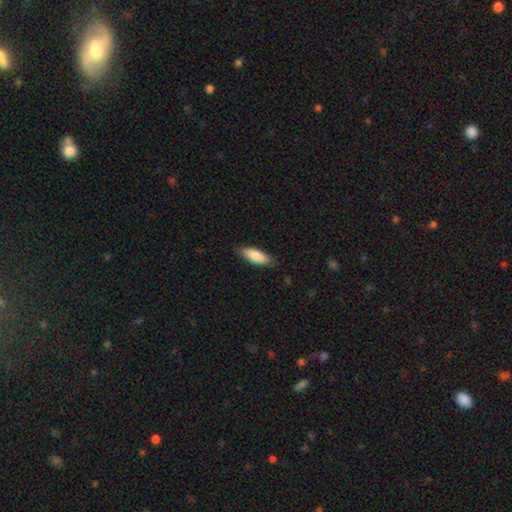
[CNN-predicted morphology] type=smooth (86%); roundness=in between (66%); merging=none (84%).